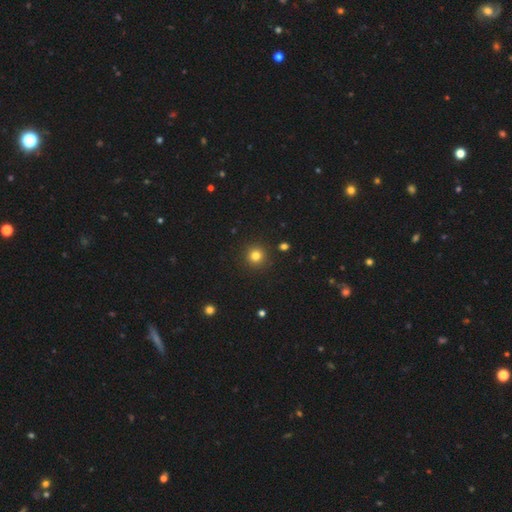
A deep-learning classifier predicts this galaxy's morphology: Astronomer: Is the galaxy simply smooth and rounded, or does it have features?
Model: smooth — 80%.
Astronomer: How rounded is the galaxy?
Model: round — 94%.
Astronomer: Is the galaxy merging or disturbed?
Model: none — 92%.